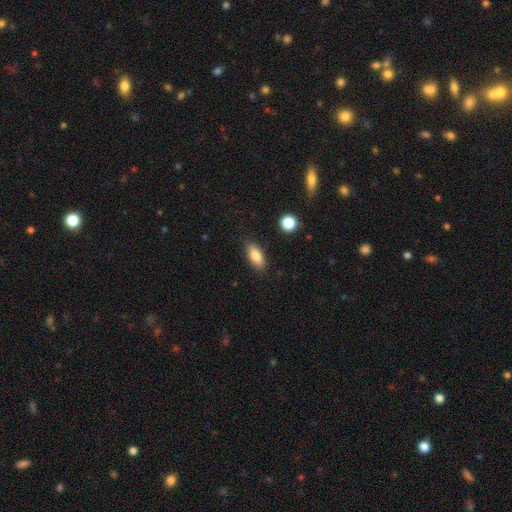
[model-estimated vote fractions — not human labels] A smooth galaxy with no disk features (79%) that is in between round and cigar-shaped (77%). Merging: none (85%).